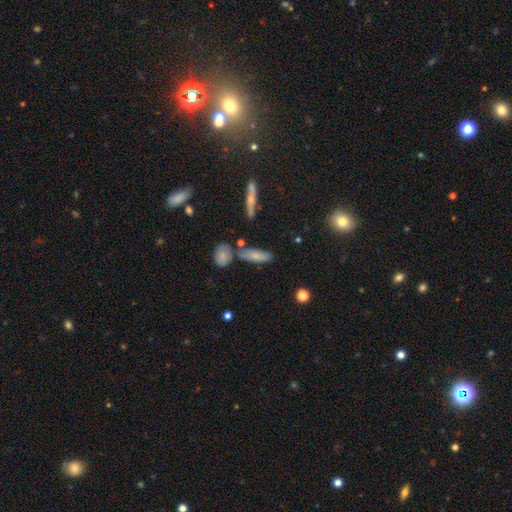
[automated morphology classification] smooth-or-featured: smooth: 72% | featured or disk: 19% | star or artifact: 8%
  how-rounded: in between: 51% | cigar-shaped: 46% | round: 3%
  merging: none: 68% | minor disturbance: 17% | merger: 10% | major disturbance: 5%